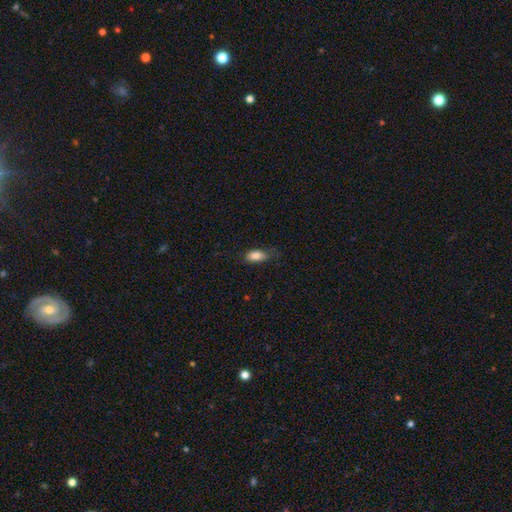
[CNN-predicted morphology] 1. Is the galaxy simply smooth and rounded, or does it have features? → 85% smooth, 8% star or artifact, 7% featured or disk.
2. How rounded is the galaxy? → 88% in between, 8% cigar-shaped, 4% round.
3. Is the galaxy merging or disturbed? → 63% none, 27% minor disturbance, 9% major disturbance, 1% merger.